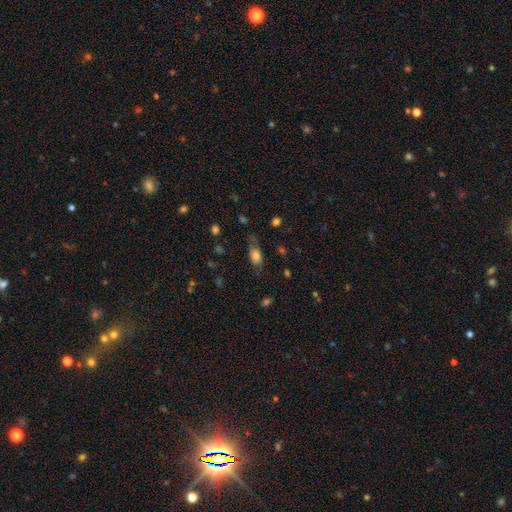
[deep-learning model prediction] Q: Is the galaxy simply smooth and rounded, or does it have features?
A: smooth — 75%.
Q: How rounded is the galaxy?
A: in between — 83%.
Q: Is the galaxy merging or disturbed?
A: none — 57%.